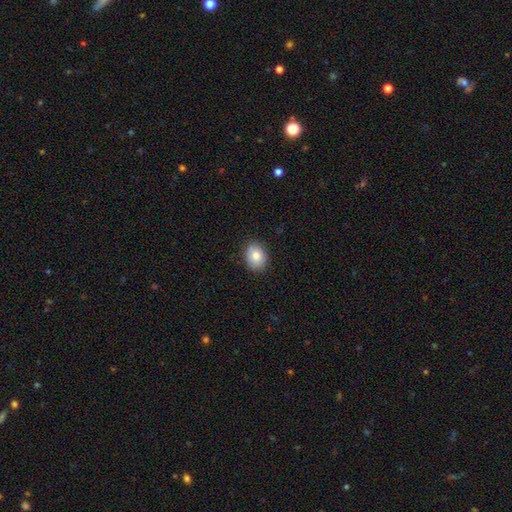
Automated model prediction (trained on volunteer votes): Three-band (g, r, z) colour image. It shows a smooth galaxy with no disk features (83%) that is in between round and cigar-shaped (52%). Merging: none (86%).